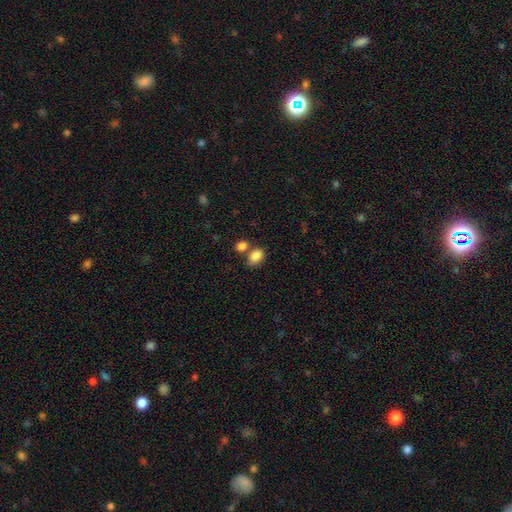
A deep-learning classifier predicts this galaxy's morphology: Overall: smooth (86%). How rounded: in between (78%). Merging: none (49%; merger 32%).